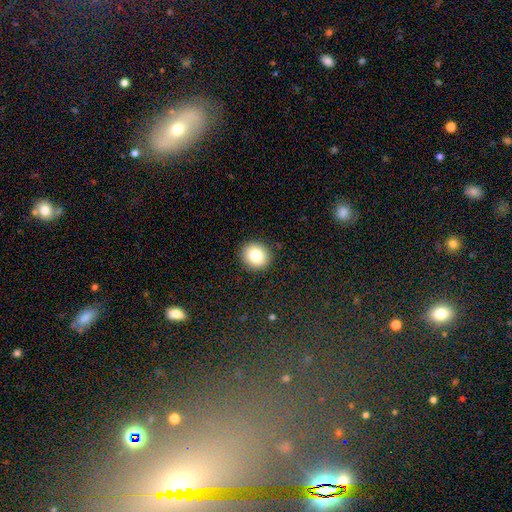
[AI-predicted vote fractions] This appears to be a smooth galaxy with no disk features (83%) that is round (85%). Merging: none (91%).